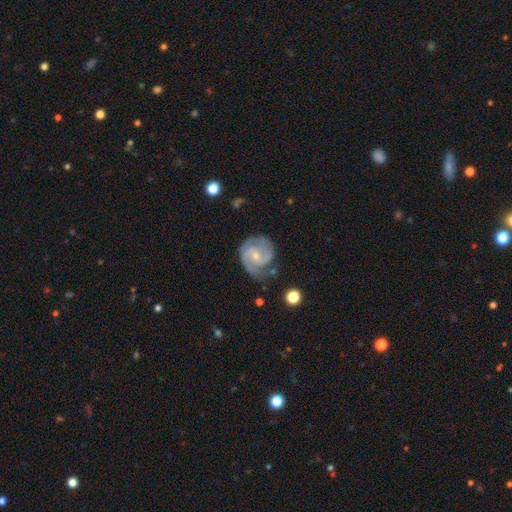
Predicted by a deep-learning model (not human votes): Smooth or featured: featured or disk — 83% (smooth — 12%)
Edge-on disk: no — 98% (yes — 2%)
Bar: no — 46% (weak — 45%)
Spiral arms: yes — 96% (no — 4%)
Spiral winding: medium — 52% (tight — 33%)
Spiral arm count: 2 — 78% (3 — 9%)
Bulge size: small — 63% (moderate — 31%)
Merging: none — 66% (minor disturbance — 23%)